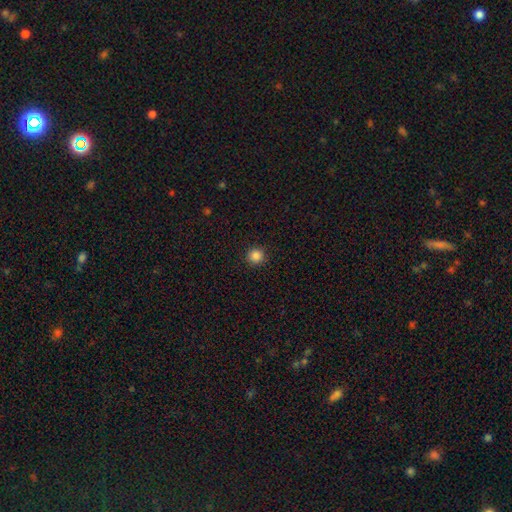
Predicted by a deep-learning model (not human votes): The model was most divided on "smooth or featured": smooth: 86%, star or artifact: 11%, featured or disk: 3%. More confident: how rounded — round (95%); merging — none (93%).